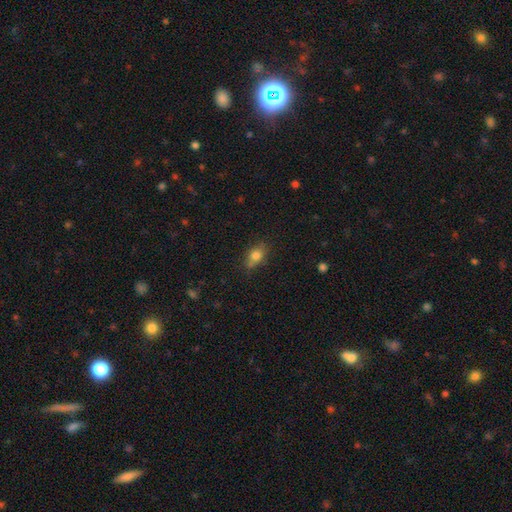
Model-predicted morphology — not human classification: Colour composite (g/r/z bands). It shows a smooth galaxy with no disk features (78%) that is in between round and cigar-shaped (74%). Merging: none (68%).